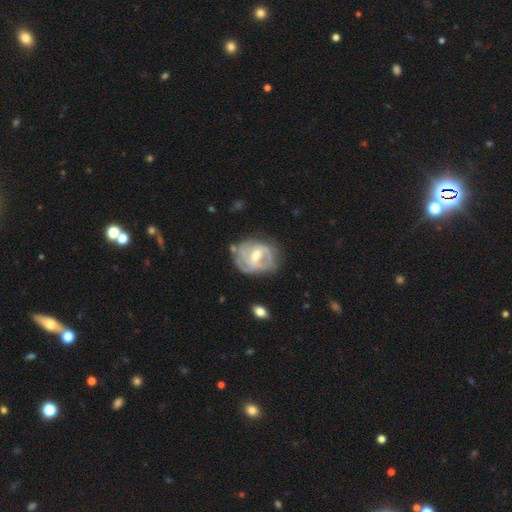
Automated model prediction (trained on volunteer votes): smooth-or-featured: featured or disk: 77% | smooth: 17% | star or artifact: 6%
  disk-edge-on: no: 97% | yes: 3%
    bar: weak: 50% | strong: 29% | no: 21%
    has-spiral-arms: yes: 74% | no: 26%
      spiral-winding: tight: 50% | medium: 35% | loose: 15%
      spiral-arm-count: 2: 41% | can't tell: 36% | 3: 11% | 1: 7% | 4: 3% | more than 4: 2%
    bulge-size: moderate: 62% | small: 29% | large: 5% | none: 3% | dominant: 1%
  merging: none: 58% | minor disturbance: 25% | major disturbance: 14% | merger: 3%